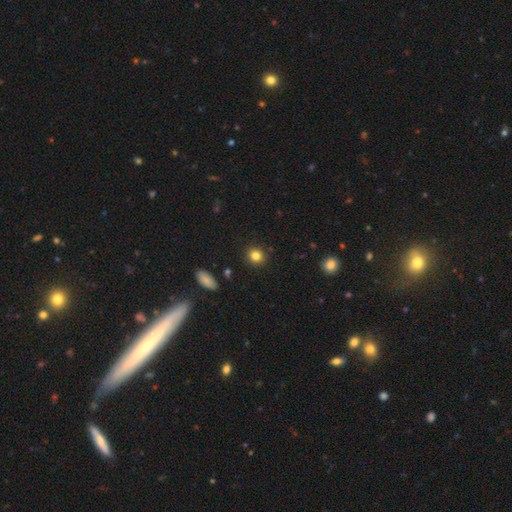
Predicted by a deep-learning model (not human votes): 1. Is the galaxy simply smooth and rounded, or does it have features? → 83% smooth, 11% star or artifact, 6% featured or disk.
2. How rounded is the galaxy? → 82% round, 17% in between, 1% cigar-shaped.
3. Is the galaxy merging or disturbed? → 90% none, 6% minor disturbance, 2% major disturbance, 2% merger.